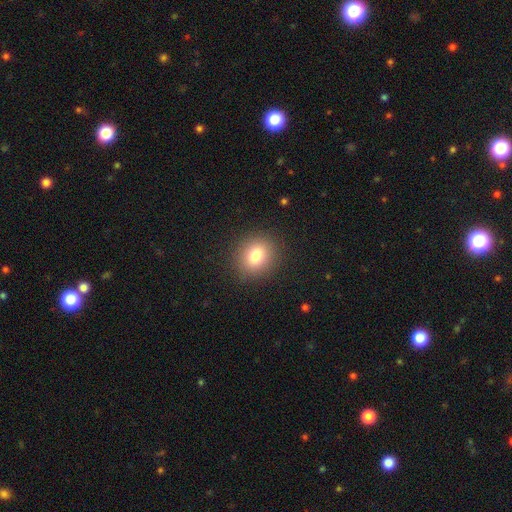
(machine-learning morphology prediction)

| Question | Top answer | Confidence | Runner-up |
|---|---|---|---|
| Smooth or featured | smooth | 80% | star or artifact (11%) |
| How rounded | round | 67% | in between (32%) |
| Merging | none | 88% | minor disturbance (8%) |